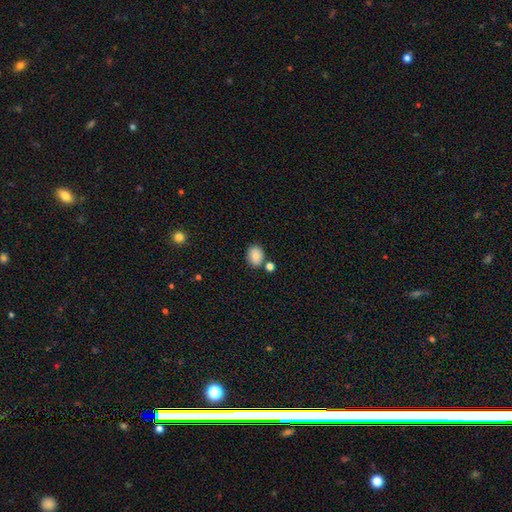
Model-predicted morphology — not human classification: A smooth galaxy with no disk features (83%) that is in between round and cigar-shaped (53%).

Vote fractions:
- Smooth or featured? smooth: 83% / star or artifact: 9% / featured or disk: 8%
- How rounded? in between: 53% / round: 46% / cigar-shaped: 1%
- Merging? none: 74% / minor disturbance: 13% / merger: 11% / major disturbance: 3%